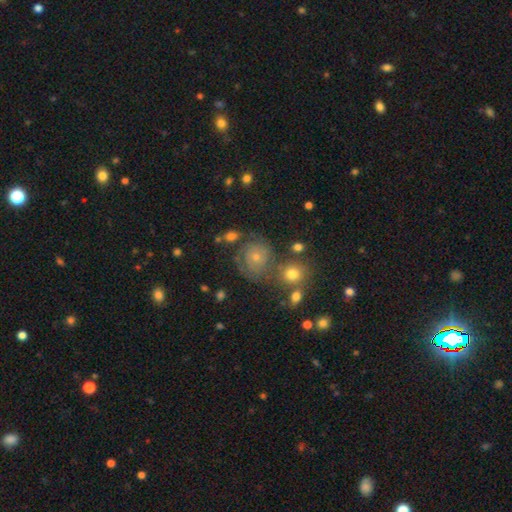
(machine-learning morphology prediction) The model was most divided on "bulge size": small: 58%, moderate: 33%, none: 4%, large: 3%, dominant: 2%. More confident: edge-on disk — no (97%); spiral arms — yes (83%); bar — no (81%); merging — none (67%); smooth or featured — featured or disk (54%).